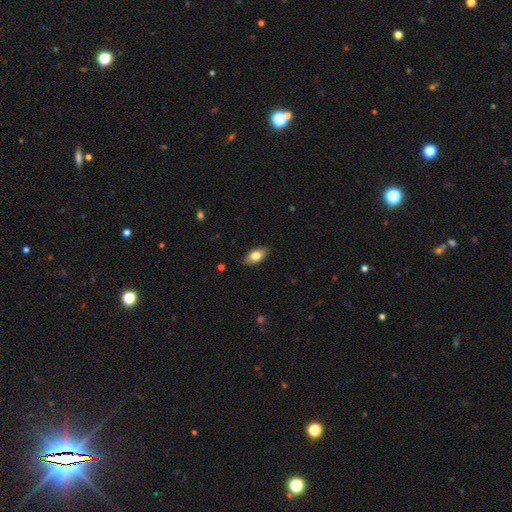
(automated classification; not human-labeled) Smooth or featured?
  - smooth: 78% *
  - featured or disk: 15%
  - star or artifact: 7%
How rounded?
  - in between: 91% *
  - cigar-shaped: 5%
  - round: 4%
Merging?
  - none: 88% *
  - minor disturbance: 9%
  - major disturbance: 2%
  - merger: 1%